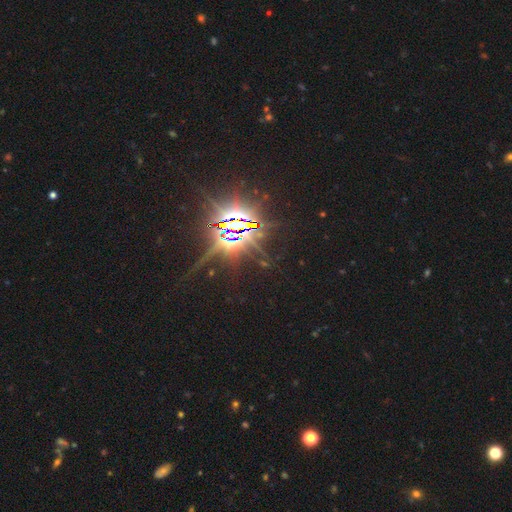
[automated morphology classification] type=star or artifact (88%).